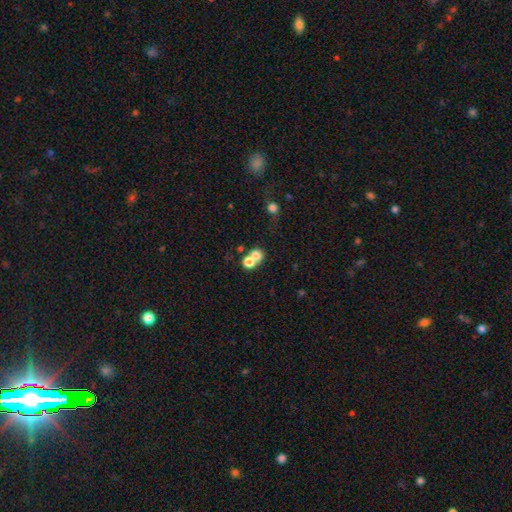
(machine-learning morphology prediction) Q: Smooth or featured?
A: smooth (72%); runner-up: featured or disk (14%)
Q: How rounded?
A: round (72%); runner-up: in between (27%)
Q: Merging?
A: merger (56%); runner-up: none (33%)